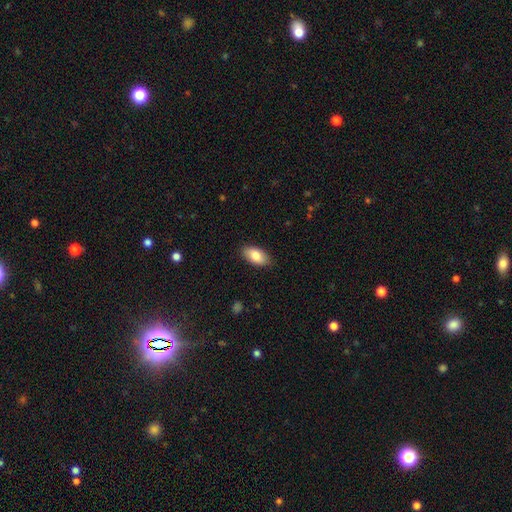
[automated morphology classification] Smooth or featured? smooth (82%)
How rounded? in between (93%)
Merging? none (87%)